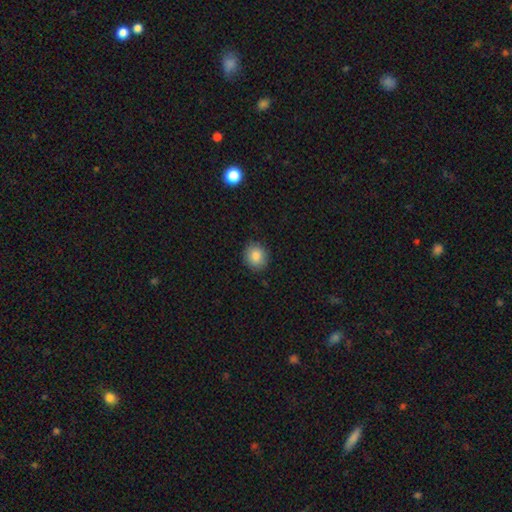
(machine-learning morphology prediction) Smooth or featured? Predicted: smooth (p=0.86). How rounded? Predicted: round (p=0.83). Merging? Predicted: none (p=0.89).